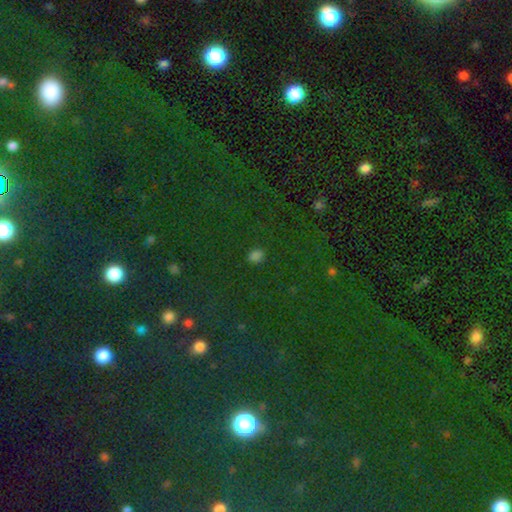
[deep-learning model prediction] smooth-or-featured: smooth: 65% | star or artifact: 29% | featured or disk: 5%
  how-rounded: in between: 60% | round: 38% | cigar-shaped: 2%
  merging: none: 83% | minor disturbance: 11% | major disturbance: 4% | merger: 3%